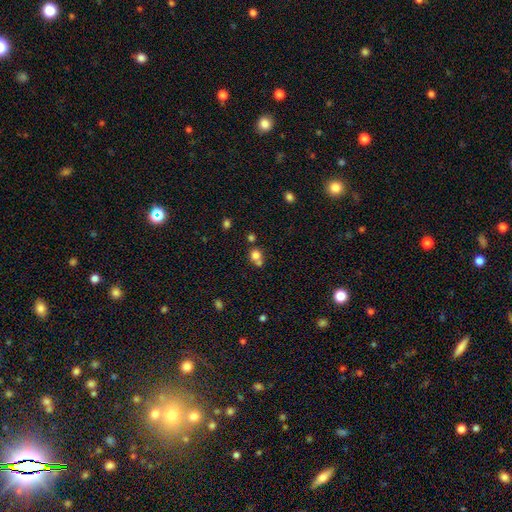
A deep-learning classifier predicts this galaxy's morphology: smooth_or_featured: smooth (p=0.77) [alt: star or artifact p=0.14]
how_rounded: round (p=0.81) [alt: in between p=0.18]
merging: none (p=0.45) [alt: merger p=0.43]